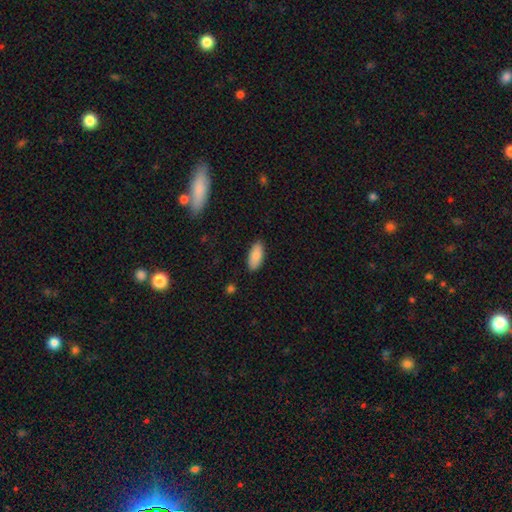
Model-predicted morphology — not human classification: This is clearly a smooth galaxy (86%). How rounded: clearly in between (88%). Merging: clearly none (87%).